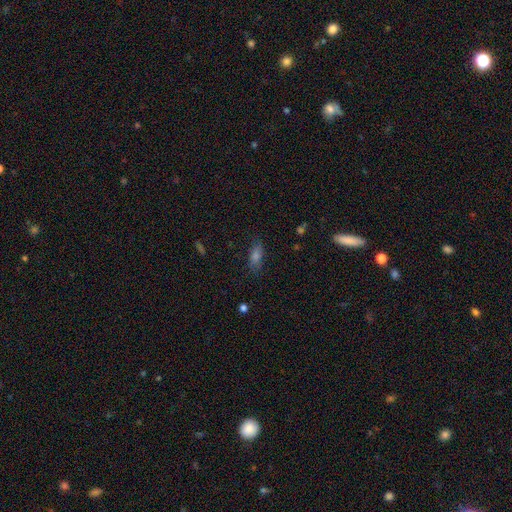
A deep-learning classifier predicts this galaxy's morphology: A smooth galaxy with no disk features (66%) that is in between round and cigar-shaped (68%). Merging: none (80%).